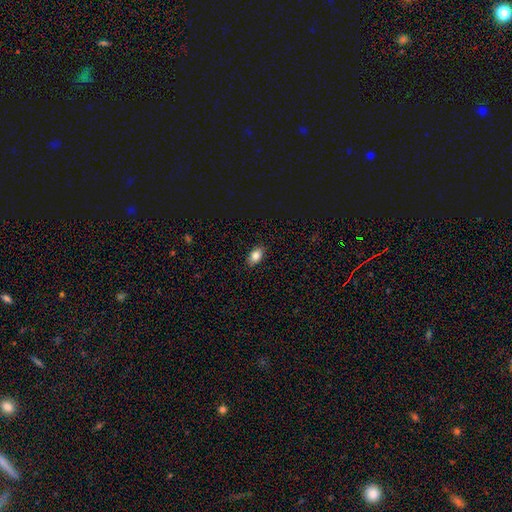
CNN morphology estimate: Q: Smooth or featured?
A: smooth (84%); runner-up: star or artifact (9%)
Q: How rounded?
A: in between (89%); runner-up: round (8%)
Q: Merging?
A: none (88%); runner-up: minor disturbance (9%)